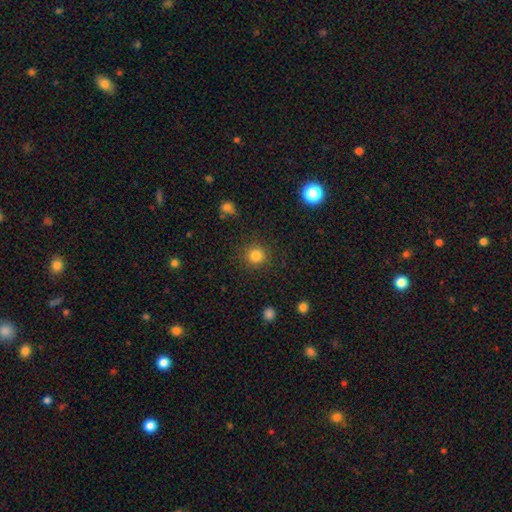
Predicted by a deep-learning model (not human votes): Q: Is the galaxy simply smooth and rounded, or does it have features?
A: smooth — 83%.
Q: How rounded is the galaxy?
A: round — 93%.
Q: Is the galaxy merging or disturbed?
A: none — 90%.